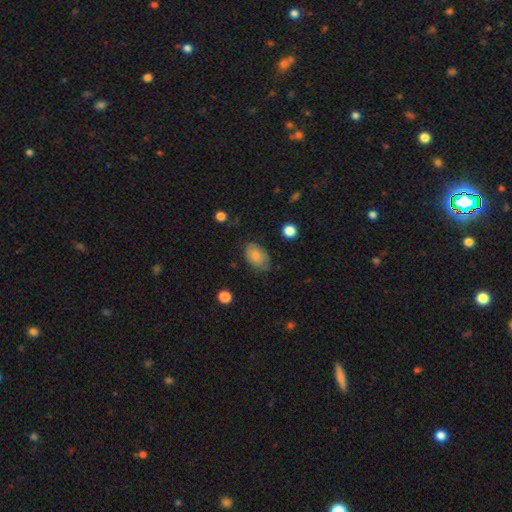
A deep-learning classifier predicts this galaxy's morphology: Smooth or featured?
  - smooth: 74% *
  - featured or disk: 18%
  - star or artifact: 8%
How rounded?
  - in between: 87% *
  - round: 12%
  - cigar-shaped: 1%
Merging?
  - none: 65% *
  - minor disturbance: 26%
  - major disturbance: 7%
  - merger: 2%